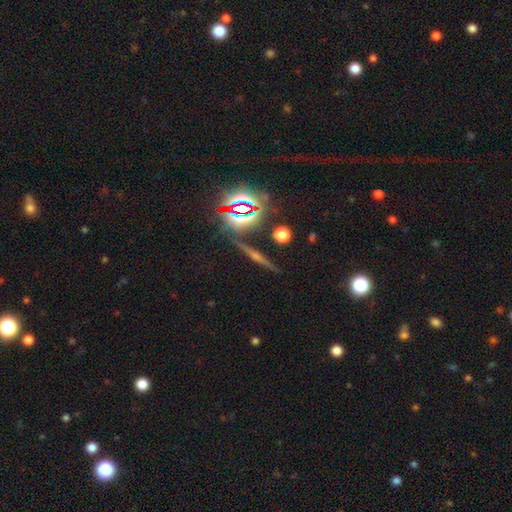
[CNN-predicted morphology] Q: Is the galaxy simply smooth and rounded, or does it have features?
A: featured or disk — 54%.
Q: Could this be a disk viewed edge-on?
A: yes — 94%.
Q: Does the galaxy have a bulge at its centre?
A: rounded — 74%.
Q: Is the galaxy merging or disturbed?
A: none — 87%.